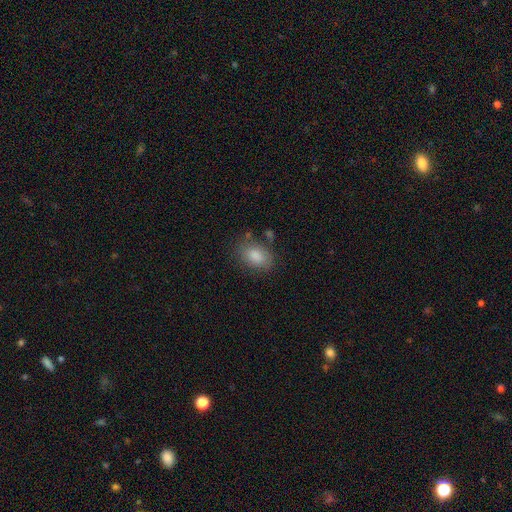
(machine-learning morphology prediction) type=smooth (85%); roundness=in between (86%); merging=none (74%).